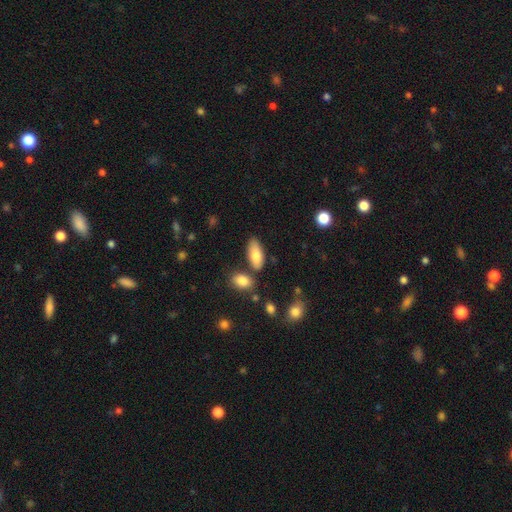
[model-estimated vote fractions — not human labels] smooth-or-featured: smooth: 81% | featured or disk: 13% | star or artifact: 6%
  how-rounded: in between: 86% | cigar-shaped: 12% | round: 2%
  merging: none: 74% | minor disturbance: 13% | merger: 10% | major disturbance: 3%